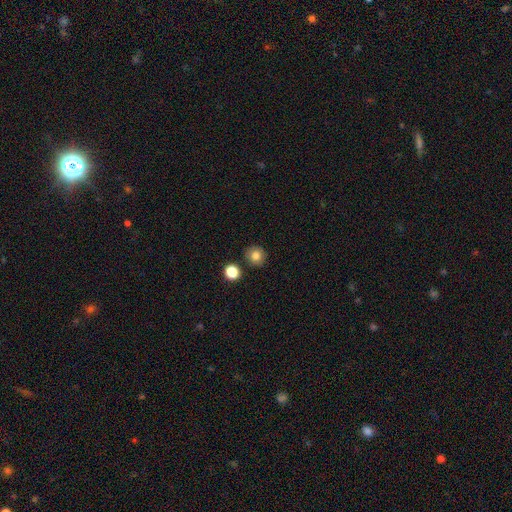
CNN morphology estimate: Smooth or featured: smooth — 81% (star or artifact — 11%)
How rounded: round — 89% (in between — 10%)
Merging: none — 87% (minor disturbance — 7%)